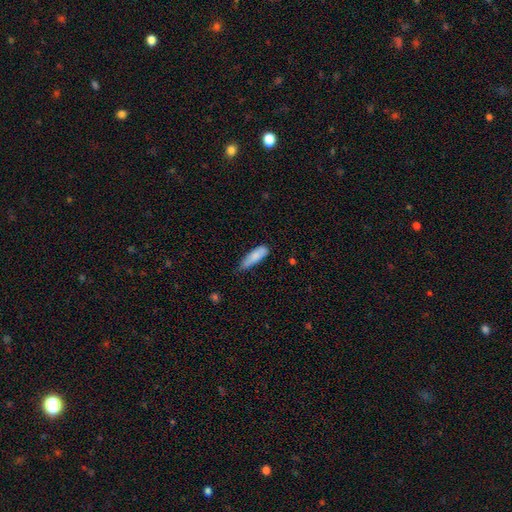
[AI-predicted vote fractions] Smooth or featured: smooth — 83% (featured or disk — 11%)
How rounded: in between — 51% (cigar-shaped — 47%)
Merging: none — 47% (minor disturbance — 44%)